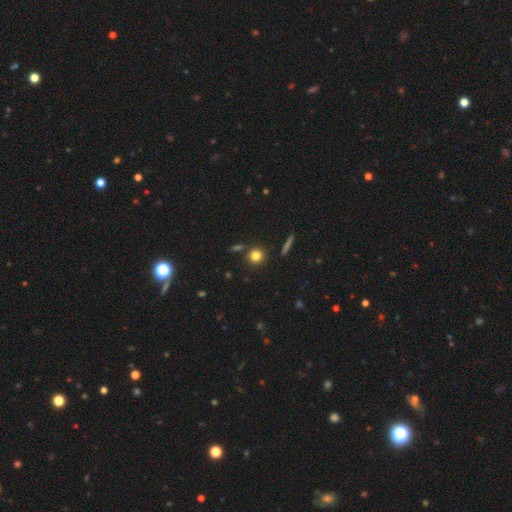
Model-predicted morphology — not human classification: type=smooth (80%); roundness=round (91%); merging=none (84%).